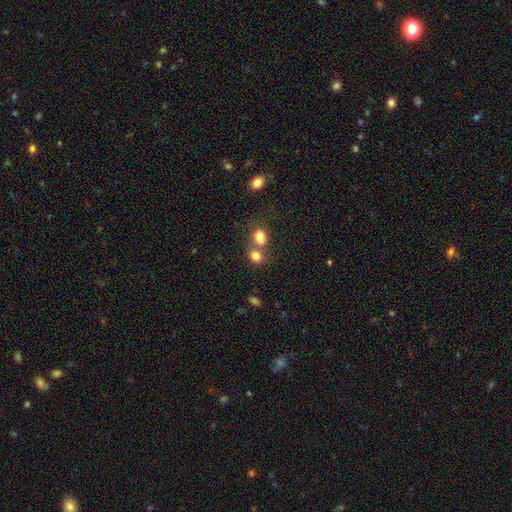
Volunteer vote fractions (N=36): This appears to be a smooth galaxy with no disk features (81%) that is in between round and cigar-shaped (59%). Merging: none (46%).